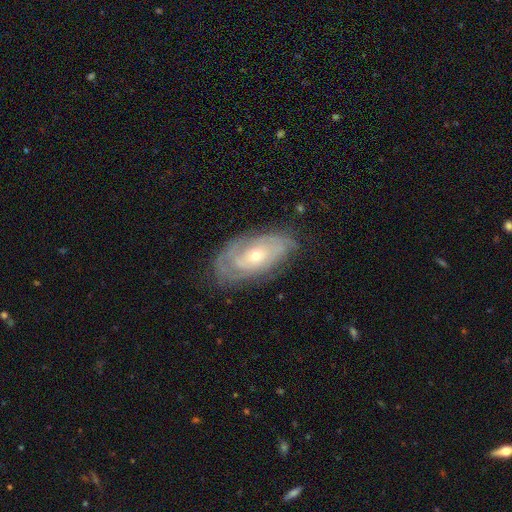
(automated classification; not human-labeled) smooth_or_featured: featured or disk (p=0.75) [alt: smooth p=0.18]
disk_edge_on: no (p=0.91) [alt: yes p=0.09]
bar: no (p=0.79) [alt: weak p=0.17]
has_spiral_arms: yes (p=0.83) [alt: no p=0.17]
spiral_winding: tight (p=0.70) [alt: medium p=0.23]
spiral_arm_count: can't tell (p=0.49) [alt: 2 p=0.27]
bulge_size: small (p=0.59) [alt: moderate p=0.37]
merging: none (p=0.72) [alt: minor disturbance p=0.20]